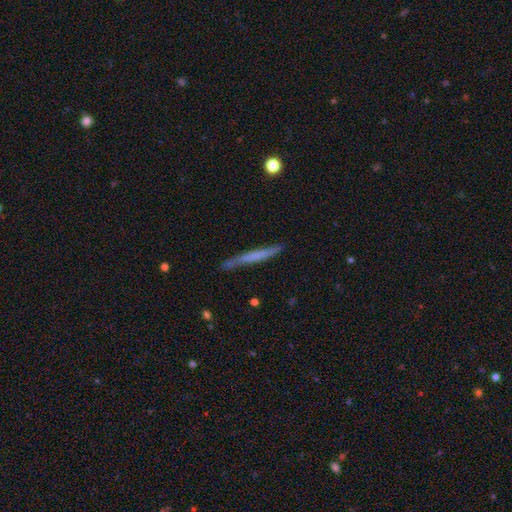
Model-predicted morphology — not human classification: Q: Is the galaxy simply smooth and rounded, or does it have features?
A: smooth — 49%.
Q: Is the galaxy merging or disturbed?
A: none — 80%.